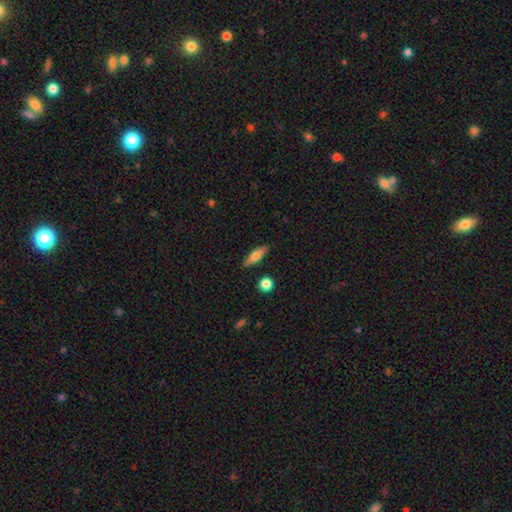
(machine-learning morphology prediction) This is possibly a smooth galaxy (57%). How rounded: likely cigar-shaped (60%). Merging: clearly none (87%).